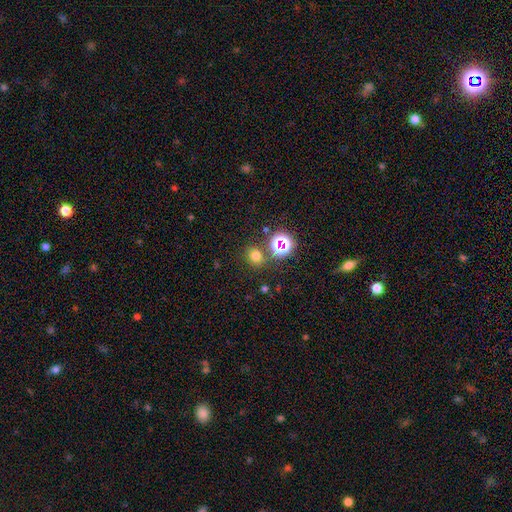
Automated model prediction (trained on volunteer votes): Overall: smooth (68%). How rounded: round (81%). Merging: none (78%).